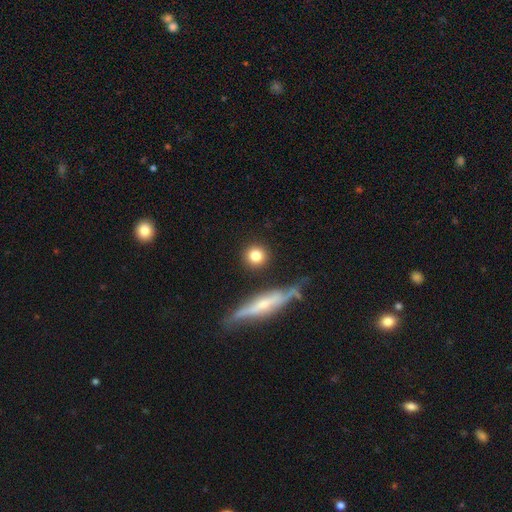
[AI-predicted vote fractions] smooth-or-featured: smooth: 79% | featured or disk: 12% | star or artifact: 9%
  how-rounded: round: 90% | in between: 7% | cigar-shaped: 3%
  merging: none: 85% | minor disturbance: 8% | merger: 4% | major disturbance: 3%